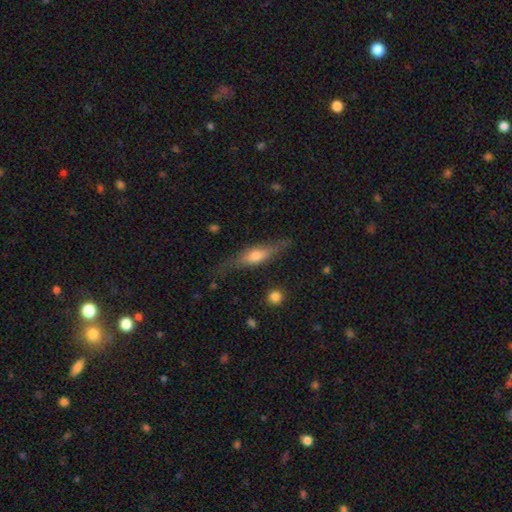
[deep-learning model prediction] smooth_or_featured: featured or disk (p=0.58) [alt: smooth p=0.35]
disk_edge_on: yes (p=0.89) [alt: no p=0.11]
edge_on_bulge: rounded (p=0.85) [alt: boxy p=0.09]
merging: none (p=0.73) [alt: minor disturbance p=0.19]